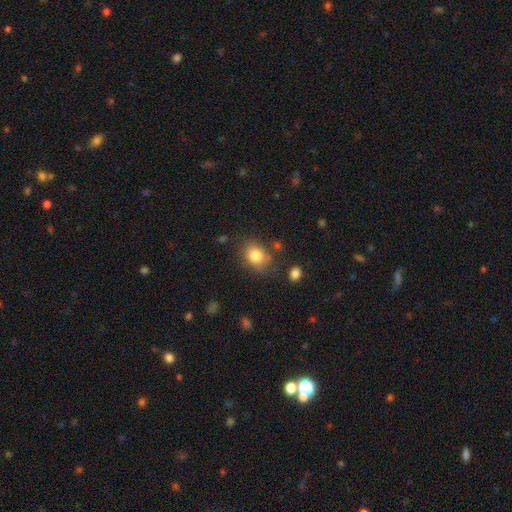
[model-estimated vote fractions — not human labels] Smooth or featured: smooth — 82% (star or artifact — 10%)
How rounded: in between — 50% (round — 49%)
Merging: none — 73% (minor disturbance — 16%)